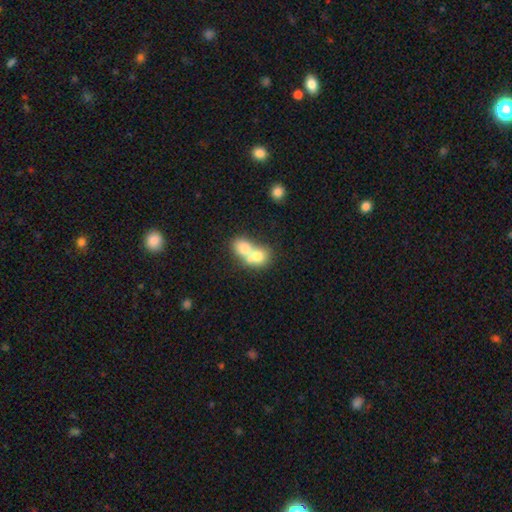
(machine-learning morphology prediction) Smooth or featured? smooth (67%)
How rounded? round (56%)
Merging? merger (75%)